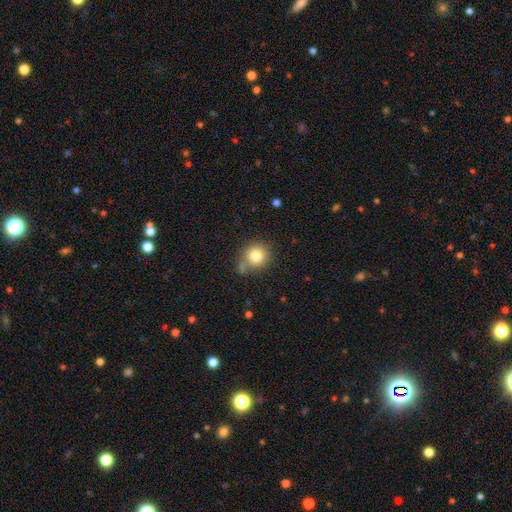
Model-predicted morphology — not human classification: The model was most divided on "merging": none: 65%, minor disturbance: 18%, merger: 11%, major disturbance: 6%. More confident: how rounded — round (87%); smooth or featured — smooth (80%).